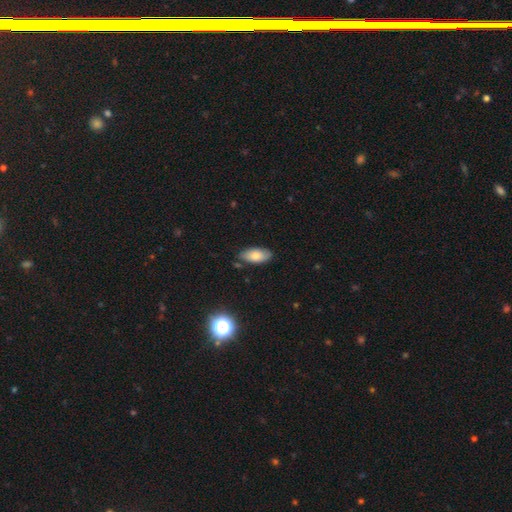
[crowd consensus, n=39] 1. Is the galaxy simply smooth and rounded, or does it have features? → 85% smooth, 13% featured or disk, 3% star or artifact.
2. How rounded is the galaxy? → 88% in between, 9% cigar-shaped, 3% round.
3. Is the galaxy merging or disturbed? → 82% none, 8% minor disturbance, 8% merger, 3% major disturbance.